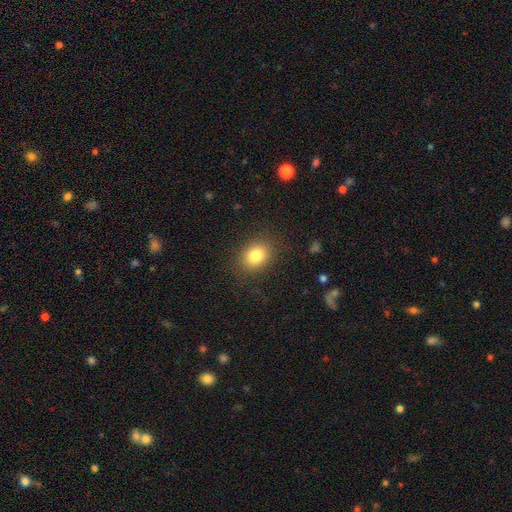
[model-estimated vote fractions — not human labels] Q: Smooth or featured?
A: smooth (81%); runner-up: star or artifact (11%)
Q: How rounded?
A: round (57%); runner-up: in between (42%)
Q: Merging?
A: none (86%); runner-up: minor disturbance (10%)